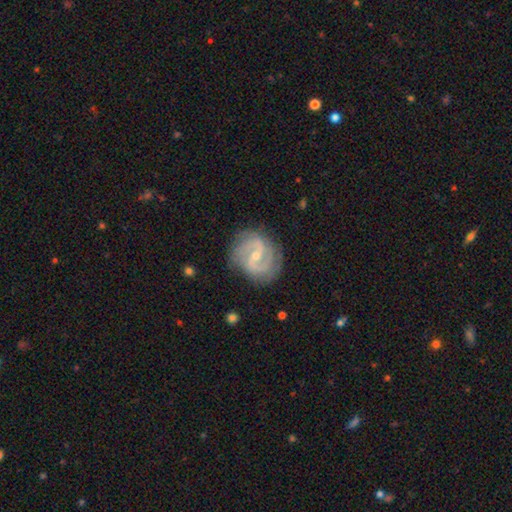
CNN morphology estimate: Smooth or featured? featured or disk (89%)
Edge-on disk? no (98%)
Bar? weak (51%)
Spiral arms? yes (97%)
Spiral winding? medium (53%)
Spiral arm count? 2 (83%)
Bulge size? small (59%)
Merging? none (81%)